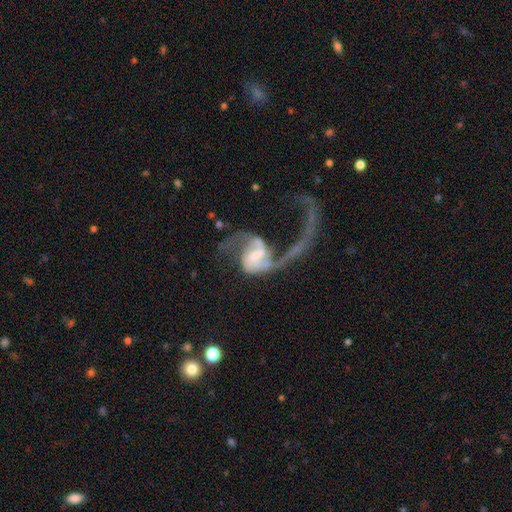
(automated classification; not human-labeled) The model was most divided on "bulge size": none: 32%, small: 28%, moderate: 23%, large: 13%, dominant: 3%. Remaining: edge-on disk — no (98%); spiral arms — yes (94%); smooth or featured — featured or disk (87%); spiral arm count — 2 (82%); spiral winding — loose (78%); merging — major disturbance (46%); bar — weak (44%).